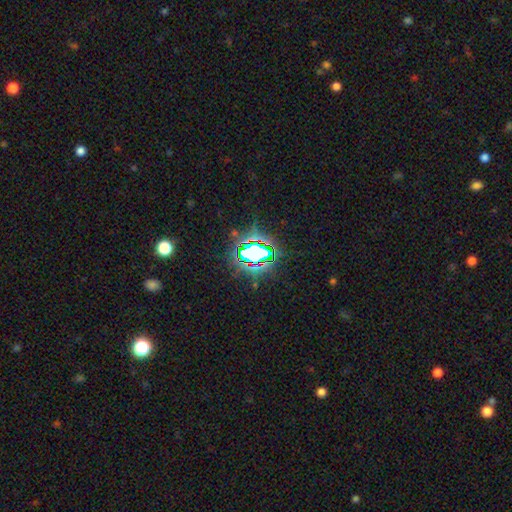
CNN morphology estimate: A star or artifact, not a galaxy (72%).

Vote fractions:
- Smooth or featured? star or artifact: 72% / smooth: 17% / featured or disk: 11%